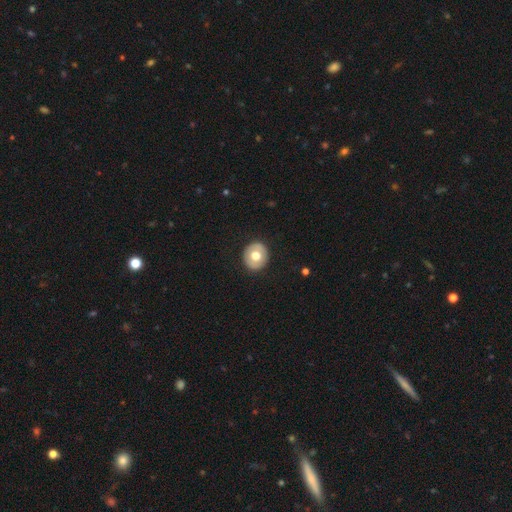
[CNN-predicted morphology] Smooth or featured? smooth (64%)
How rounded? round (85%)
Merging? none (89%)